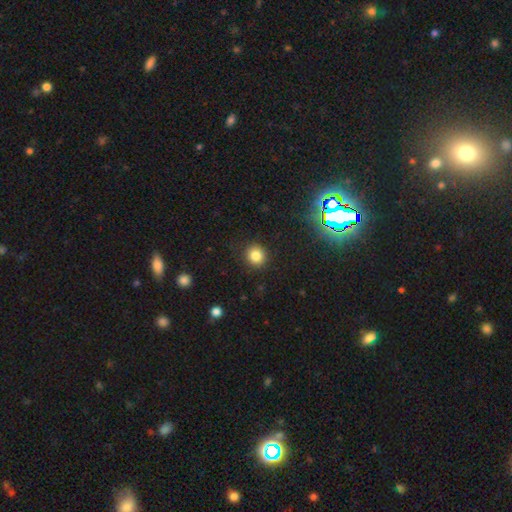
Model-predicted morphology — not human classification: smooth-or-featured: smooth: 83% | star or artifact: 12% | featured or disk: 5%
  how-rounded: round: 88% | in between: 11% | cigar-shaped: 1%
  merging: none: 90% | minor disturbance: 7% | major disturbance: 2% | merger: 1%